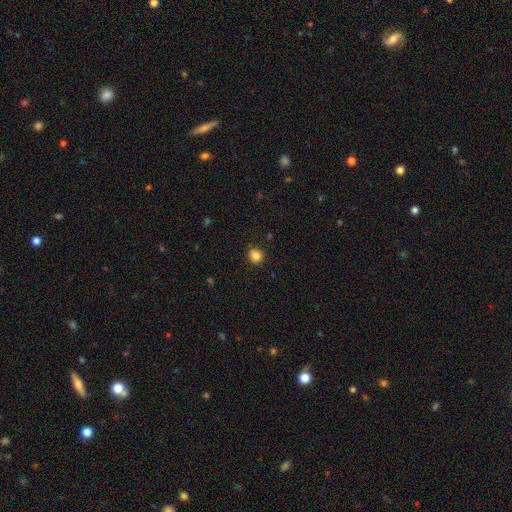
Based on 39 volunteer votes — This is clearly a smooth galaxy (92%). How rounded: clearly round (92%). Merging: likely none (76%).